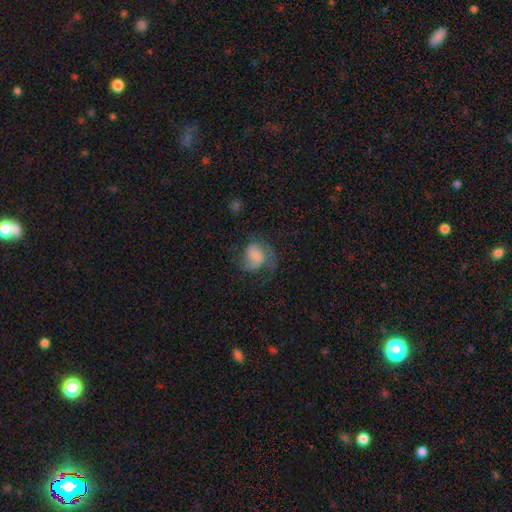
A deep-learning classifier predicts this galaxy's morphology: Overall: featured or disk (55%; smooth 36%). Edge-on disk: no (98%). Bar: no (63%; weak 30%). Spiral arms: yes (87%). Bulge size: none (34%; small 21%). Merging: none (43%; major disturbance 33%).